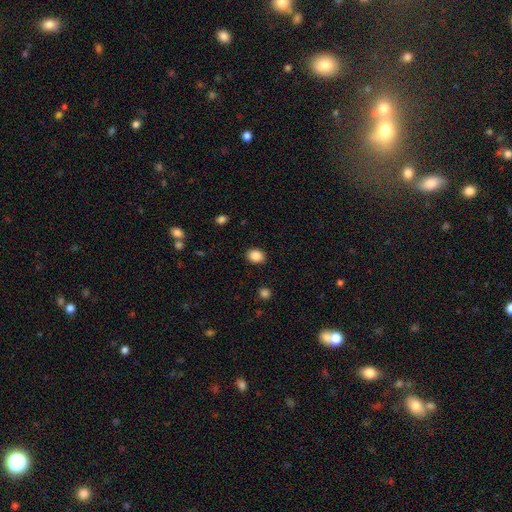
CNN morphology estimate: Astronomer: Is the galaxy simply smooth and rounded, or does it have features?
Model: smooth — 87%.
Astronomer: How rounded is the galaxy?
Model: in between — 58% (runner-up: round, 41%).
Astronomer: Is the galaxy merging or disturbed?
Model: none — 88%.